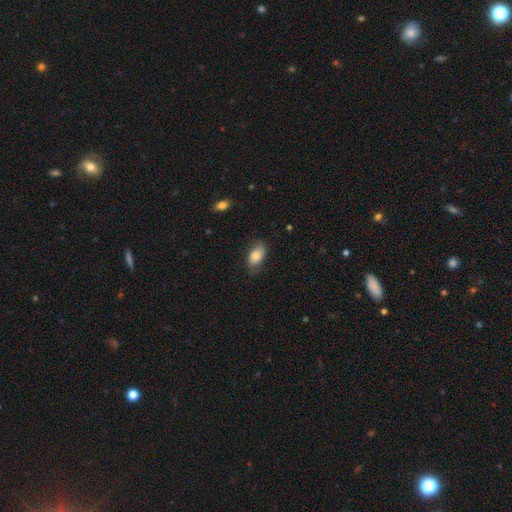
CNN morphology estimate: smooth_or_featured: smooth (p=0.74) [alt: featured or disk p=0.19]
how_rounded: in between (p=0.92) [alt: round p=0.05]
merging: none (p=0.70) [alt: minor disturbance p=0.22]